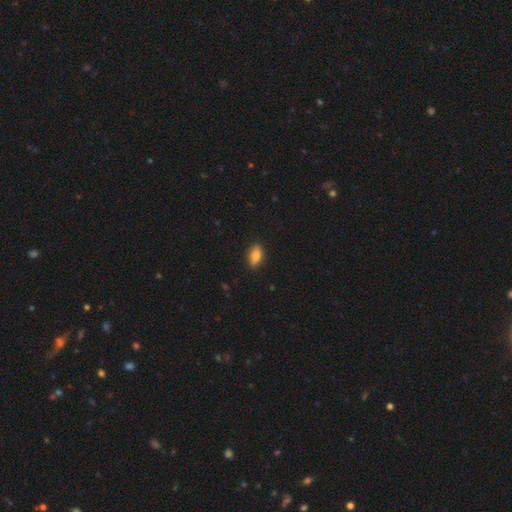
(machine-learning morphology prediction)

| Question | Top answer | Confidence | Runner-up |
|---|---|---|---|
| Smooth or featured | smooth | 78% | featured or disk (14%) |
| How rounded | in between | 84% | cigar-shaped (12%) |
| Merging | none | 84% | minor disturbance (13%) |